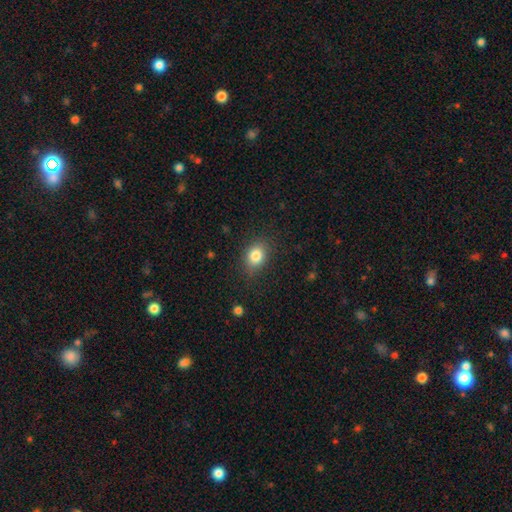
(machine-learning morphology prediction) The model was most divided on "how rounded": in between: 62%, round: 37%, cigar-shaped: 1%. More confident: smooth or featured — smooth (83%); merging — none (82%).